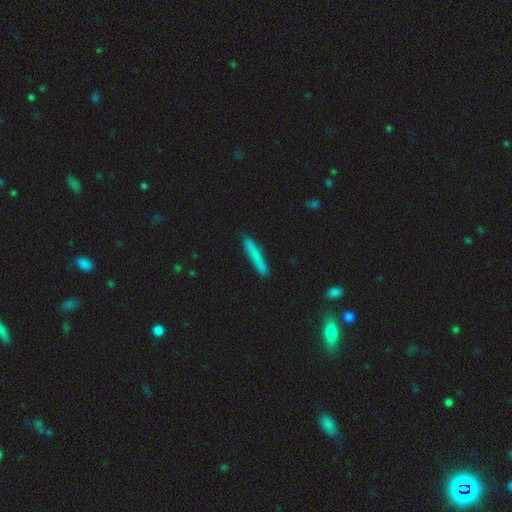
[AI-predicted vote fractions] Overall: smooth (74%). How rounded: cigar-shaped (95%). Merging: none (88%).